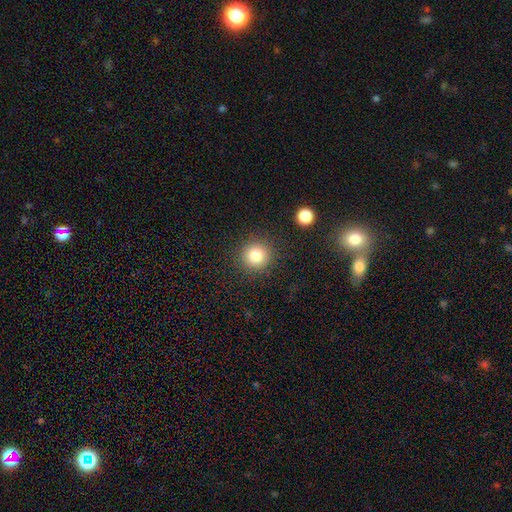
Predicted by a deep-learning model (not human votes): smooth_or_featured: smooth (p=0.82) [alt: star or artifact p=0.11]
how_rounded: round (p=0.94) [alt: in between p=0.05]
merging: none (p=0.89) [alt: minor disturbance p=0.07]